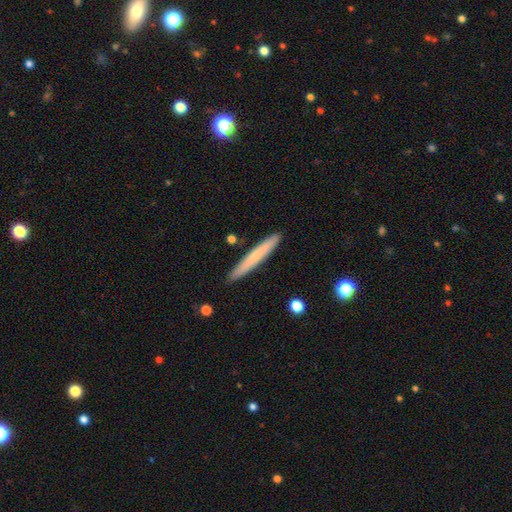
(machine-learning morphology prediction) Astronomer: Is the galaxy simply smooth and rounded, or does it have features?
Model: smooth — 67%.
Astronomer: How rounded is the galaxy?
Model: cigar-shaped — 96%.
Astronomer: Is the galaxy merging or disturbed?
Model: none — 90%.